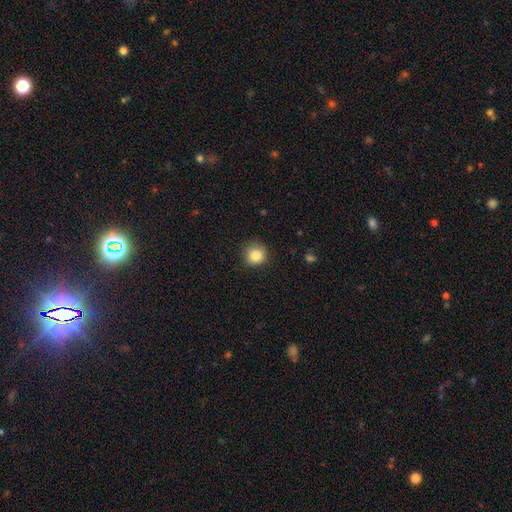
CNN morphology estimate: Smooth or featured?
  - smooth: 85% *
  - star or artifact: 10%
  - featured or disk: 5%
How rounded?
  - round: 92% *
  - in between: 7%
  - cigar-shaped: 1%
Merging?
  - none: 85% *
  - minor disturbance: 11%
  - major disturbance: 3%
  - merger: 1%